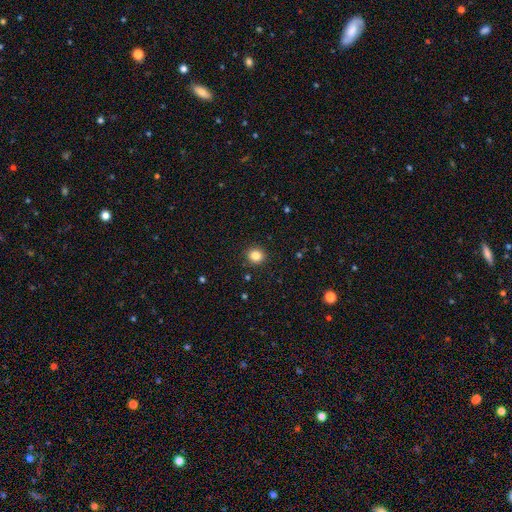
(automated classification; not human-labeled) A smooth galaxy with no disk features (83%) that is round (90%). Merging: none (92%).